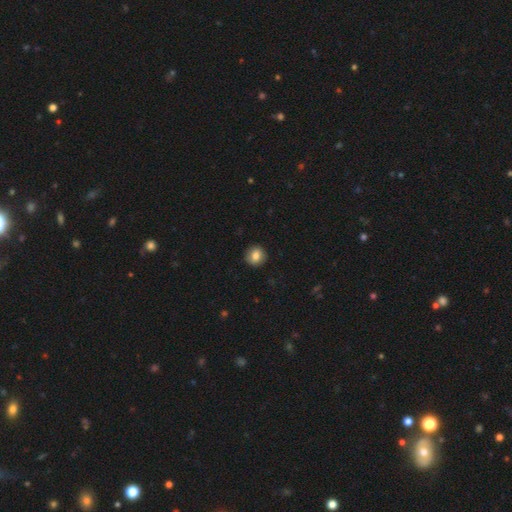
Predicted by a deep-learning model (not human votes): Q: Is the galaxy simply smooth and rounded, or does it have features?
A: smooth — 83%.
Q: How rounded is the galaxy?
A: round — 87%.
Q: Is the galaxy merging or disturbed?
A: none — 91%.